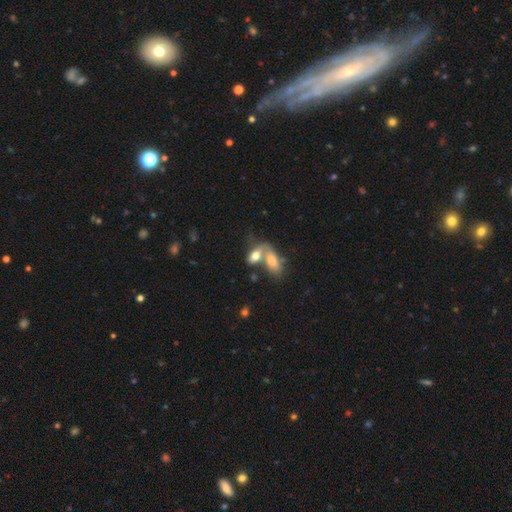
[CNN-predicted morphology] Smooth or featured: smooth — 70% (featured or disk — 22%)
How rounded: in between — 85% (cigar-shaped — 9%)
Merging: merger — 64% (none — 22%)